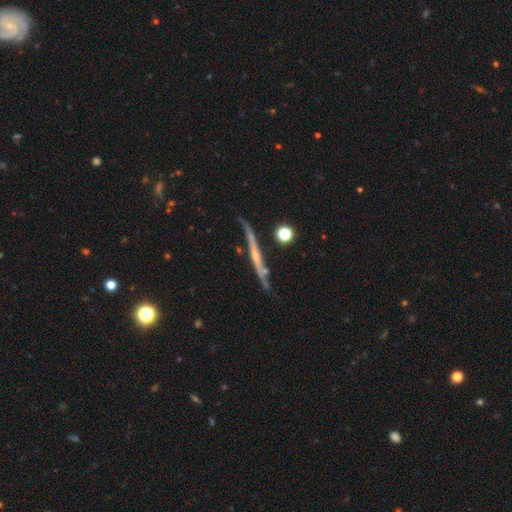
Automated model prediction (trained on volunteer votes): This appears to be a featured or disk galaxy (77%) viewed edge-on (91%) with a rounded central bulge (49%). Merging: none (66%).